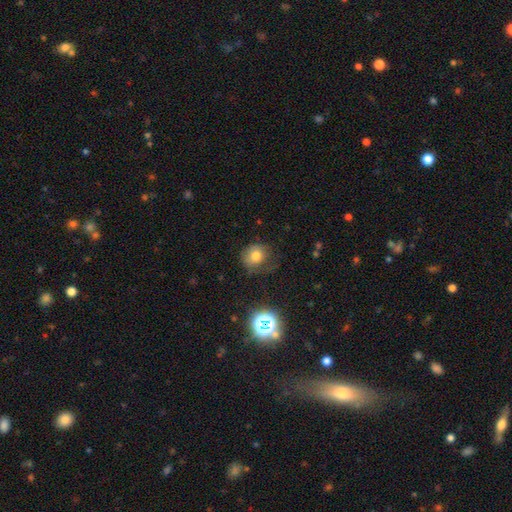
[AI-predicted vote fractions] The model was most divided on "merging": none: 59%, minor disturbance: 25%, major disturbance: 14%, merger: 2%. More confident: how rounded — round (78%); smooth or featured — smooth (73%).